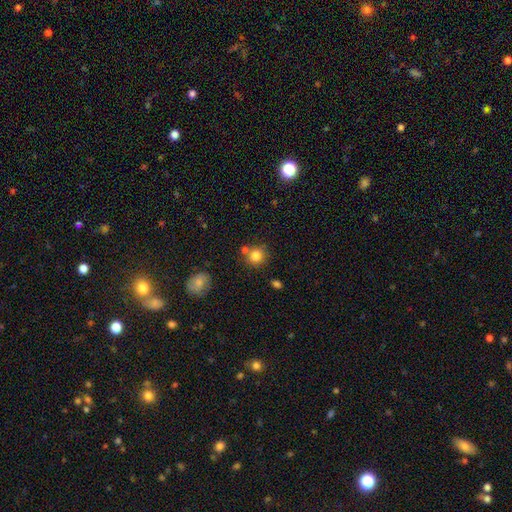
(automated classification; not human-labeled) The model was most divided on "merging": none: 70%, merger: 14%, minor disturbance: 12%, major disturbance: 4%. More confident: how rounded — round (88%); smooth or featured — smooth (82%).